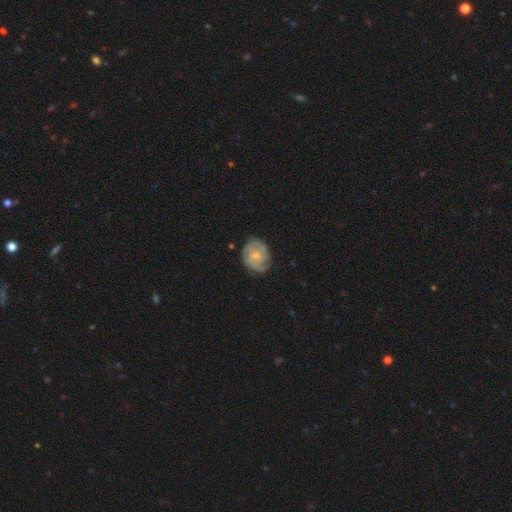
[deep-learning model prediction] Morphology: type=featured or disk (71%); edge-on=no (98%); bar=no (70%); spiral arms=yes (91%); winding=tight (53%); arm count=2 (30%, tied with can't tell); bulge=small (61%); merging=none (74%).